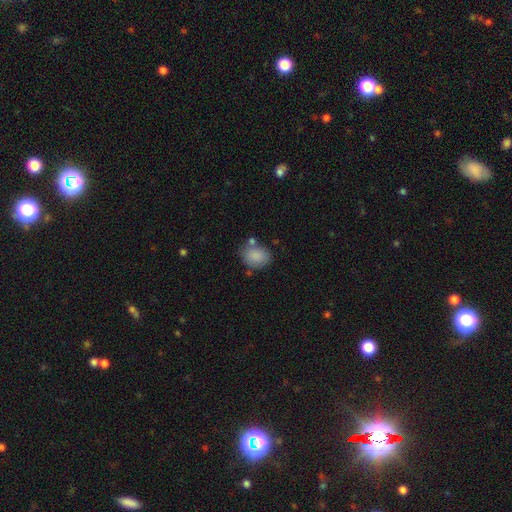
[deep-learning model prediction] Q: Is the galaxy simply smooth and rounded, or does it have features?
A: smooth — 86%.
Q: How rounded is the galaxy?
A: in between — 54%.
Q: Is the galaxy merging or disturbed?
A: none — 67%.